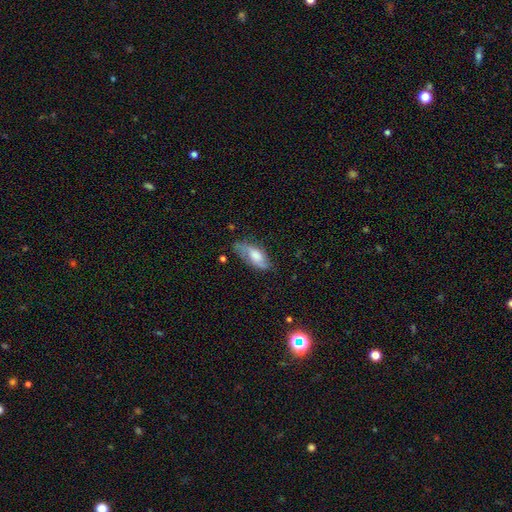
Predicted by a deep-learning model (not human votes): smooth_or_featured: smooth (p=0.47) [alt: featured or disk p=0.45]
merging: none (p=0.57) [alt: minor disturbance p=0.29]